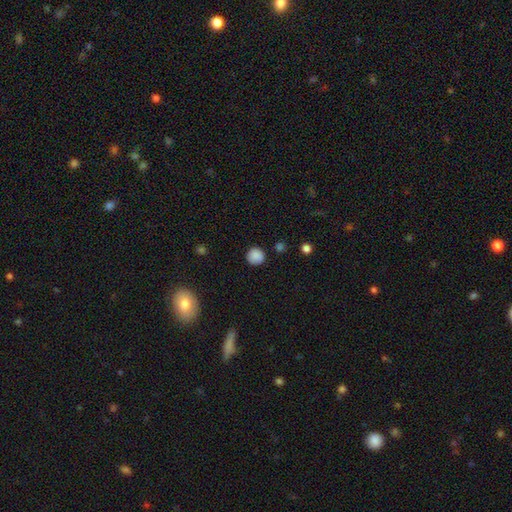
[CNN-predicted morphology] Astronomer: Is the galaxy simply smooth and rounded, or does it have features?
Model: smooth — 86%.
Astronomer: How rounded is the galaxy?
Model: round — 92%.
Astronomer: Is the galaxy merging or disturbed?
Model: none — 86%.